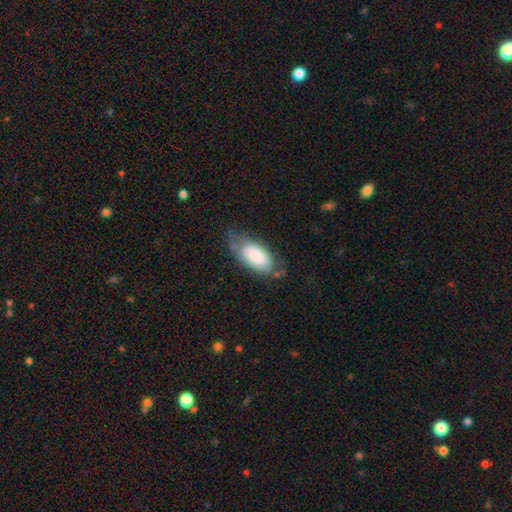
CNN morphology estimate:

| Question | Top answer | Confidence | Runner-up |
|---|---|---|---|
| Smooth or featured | smooth | 77% | featured or disk (17%) |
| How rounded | in between | 92% | cigar-shaped (5%) |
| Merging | none | 54% | minor disturbance (32%) |